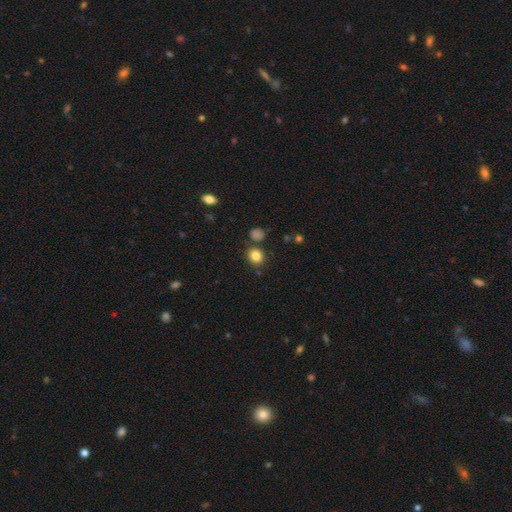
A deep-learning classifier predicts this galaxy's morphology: This is clearly a smooth galaxy (83%). How rounded: likely round (79%). Merging: clearly none (81%).